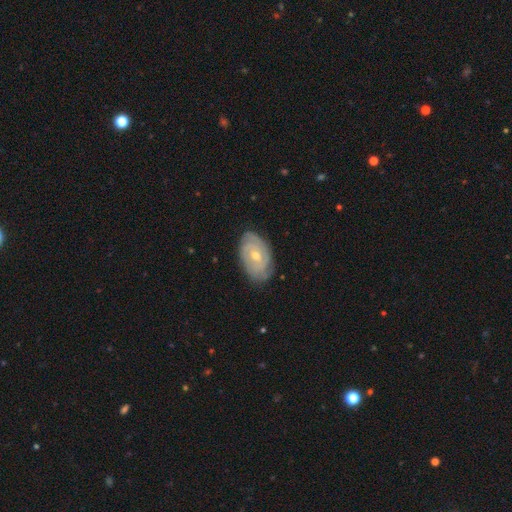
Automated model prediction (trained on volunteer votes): A featured or disk galaxy (77%) with no bar (62%), tight (74%) spiral arms (90%) and a moderate central bulge (52%). Merging: none (79%).